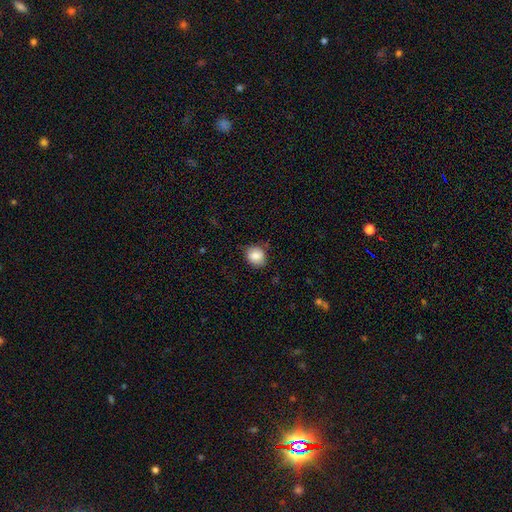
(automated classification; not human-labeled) Smooth or featured?
  - smooth: 85% *
  - star or artifact: 8%
  - featured or disk: 7%
How rounded?
  - round: 66% *
  - in between: 33%
  - cigar-shaped: 1%
Merging?
  - none: 75% *
  - minor disturbance: 20%
  - major disturbance: 4%
  - merger: 2%